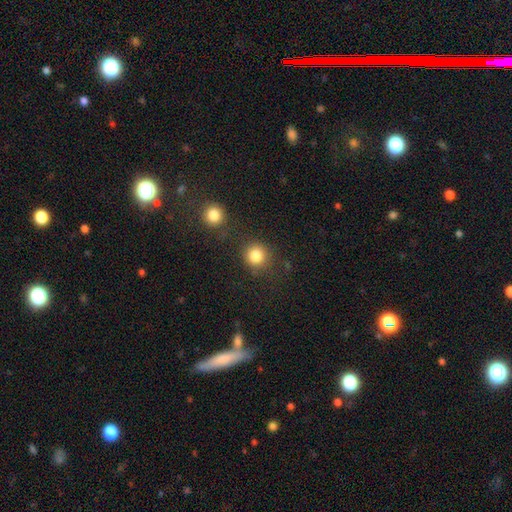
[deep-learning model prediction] The model was most divided on "merging": none: 79%, minor disturbance: 9%, merger: 7%, major disturbance: 4%. More confident: how rounded — round (91%); smooth or featured — smooth (84%).